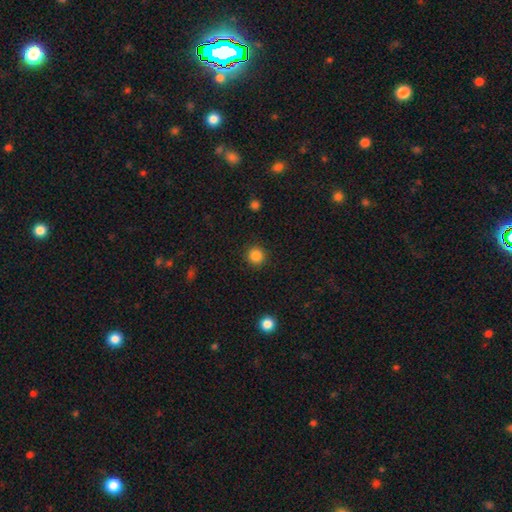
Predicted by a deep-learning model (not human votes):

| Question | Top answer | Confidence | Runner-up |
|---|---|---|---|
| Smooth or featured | smooth | 86% | star or artifact (11%) |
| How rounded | round | 94% | in between (5%) |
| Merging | none | 92% | minor disturbance (5%) |